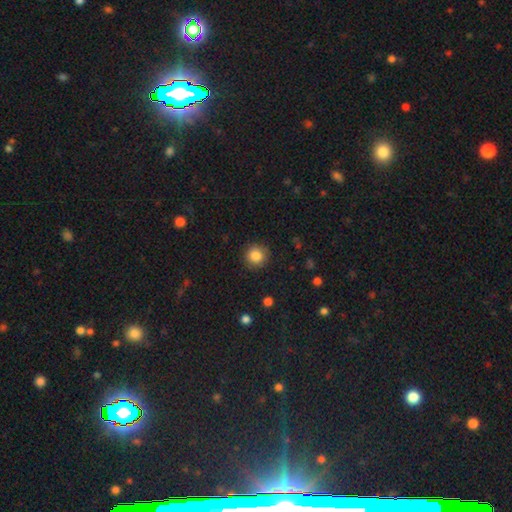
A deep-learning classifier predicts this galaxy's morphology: smooth 84%, star or artifact 10%, featured or disk 6%. Down the decision tree: how rounded — round (93%); merging — none (90%).